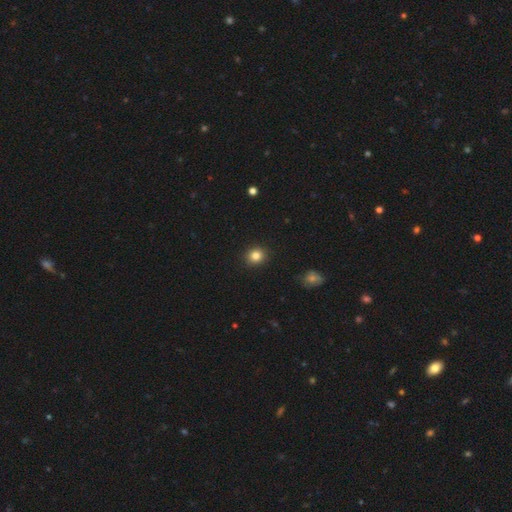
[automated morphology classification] smooth 84%, star or artifact 11%, featured or disk 5%. Down the decision tree: how rounded — round (83%); merging — none (92%).